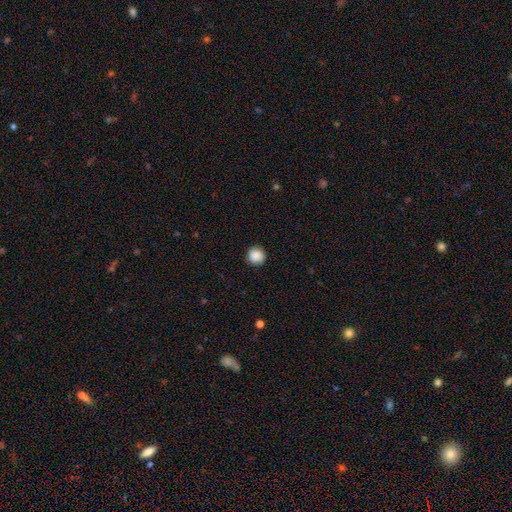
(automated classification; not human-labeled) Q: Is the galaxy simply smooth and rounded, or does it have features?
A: smooth — 89%.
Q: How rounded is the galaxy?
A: round — 94%.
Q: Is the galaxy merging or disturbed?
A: none — 91%.